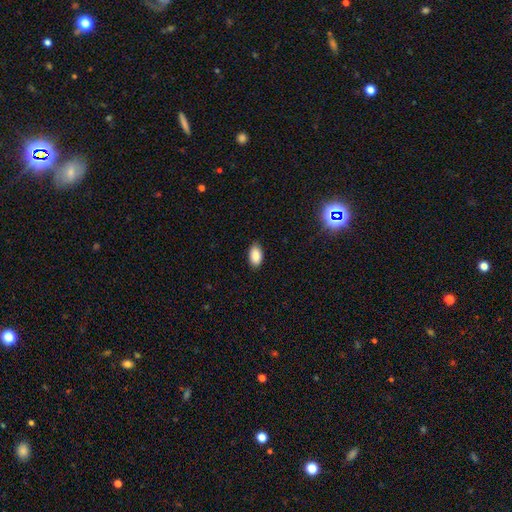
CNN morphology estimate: The model was most divided on "merging": none: 87%, minor disturbance: 10%, major disturbance: 2%, merger: 1%. More confident: how rounded — in between (94%); smooth or featured — smooth (87%).